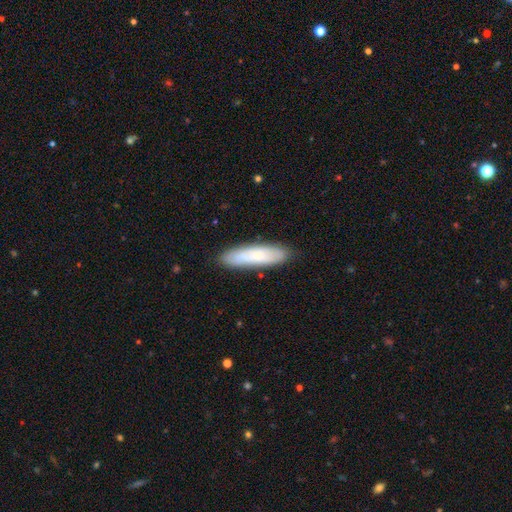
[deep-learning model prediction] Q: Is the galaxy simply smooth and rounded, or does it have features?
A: smooth — 70%.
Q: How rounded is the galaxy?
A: cigar-shaped — 71%.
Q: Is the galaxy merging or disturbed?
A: none — 86%.